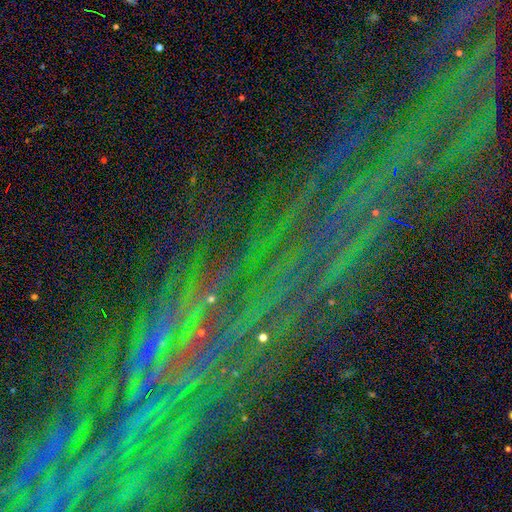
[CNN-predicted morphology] Q: Smooth or featured?
A: star or artifact (81%); runner-up: featured or disk (11%)